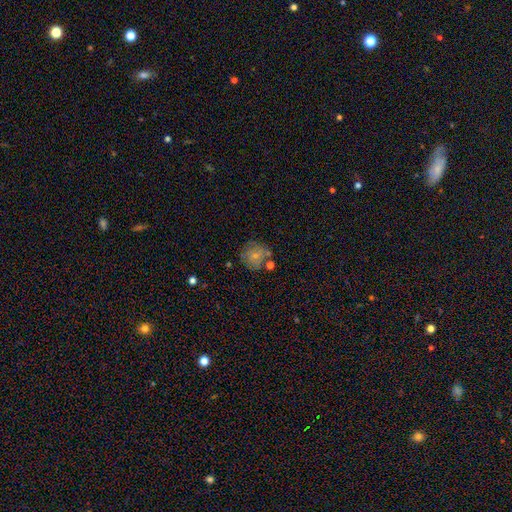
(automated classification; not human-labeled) smooth 66%, featured or disk 23%, star or artifact 10%. Down the decision tree: how rounded — round (85%); merging — none (61%).